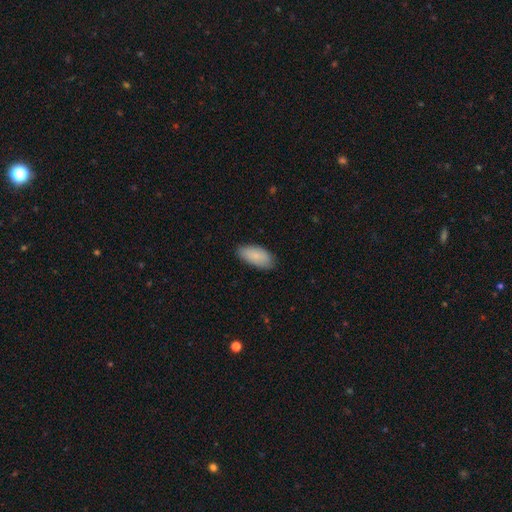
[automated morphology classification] Smooth or featured? Predicted: smooth (p=0.86). How rounded? Predicted: in between (p=0.91). Merging? Predicted: none (p=0.83).